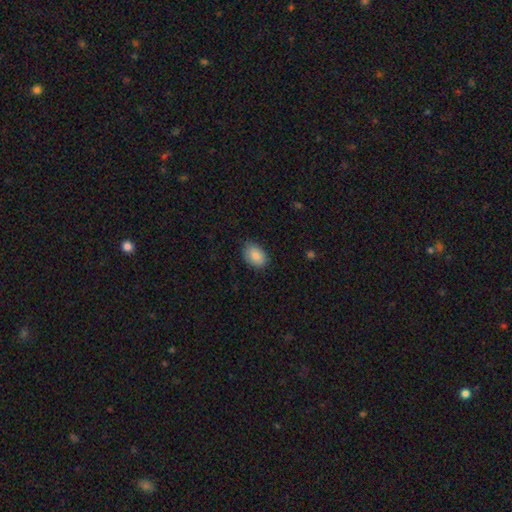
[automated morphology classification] type=smooth (86%); roundness=in between (86%); merging=none (77%).